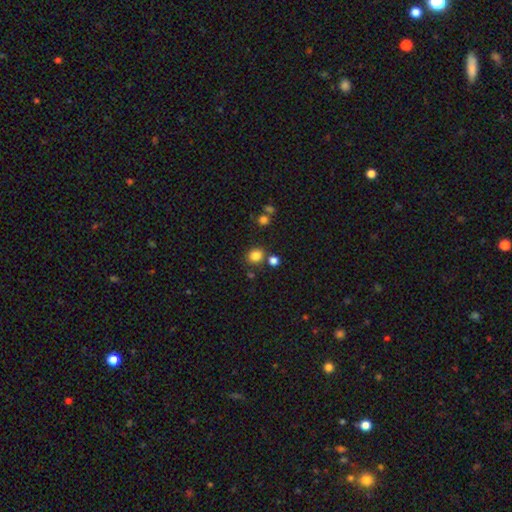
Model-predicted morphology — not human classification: Smooth or featured: smooth — 83% (star or artifact — 13%)
How rounded: round — 76% (in between — 23%)
Merging: none — 79% (minor disturbance — 9%)